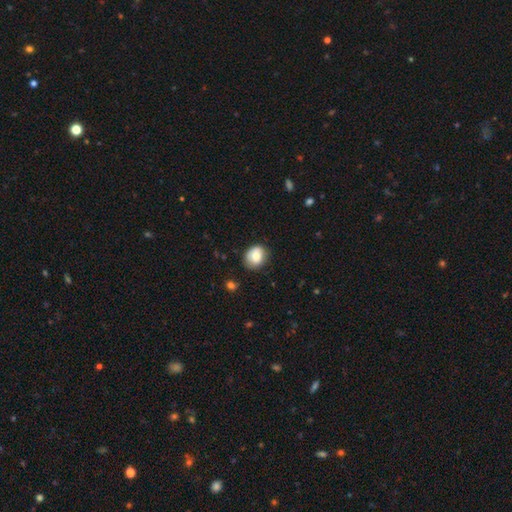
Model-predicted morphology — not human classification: The model was most divided on "how rounded": round: 55%, in between: 44%, cigar-shaped: 1%. More confident: smooth or featured — smooth (81%); merging — none (76%).